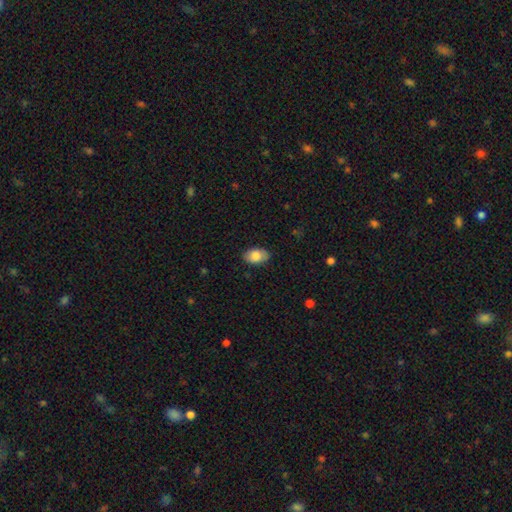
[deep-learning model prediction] This is clearly a smooth galaxy (84%). How rounded: clearly in between (89%). Merging: clearly none (85%).